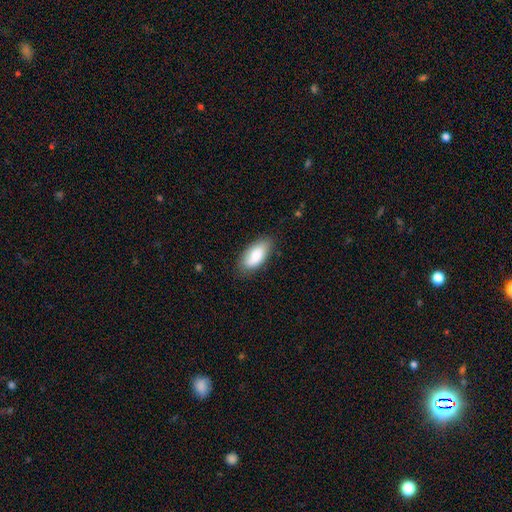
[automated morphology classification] This appears to be a smooth galaxy with no disk features (86%) that is in between round and cigar-shaped (91%). Merging: none (78%).